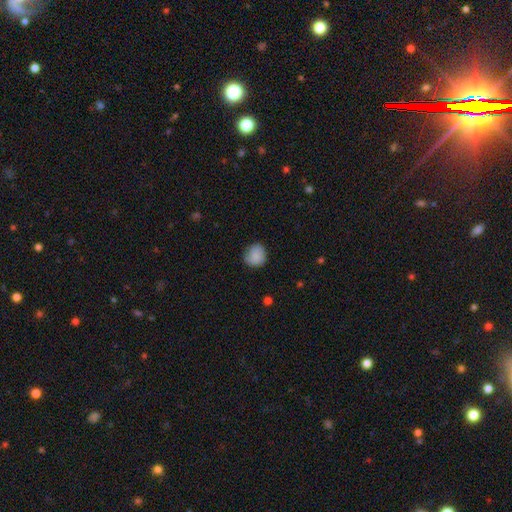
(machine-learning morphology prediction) Q: Smooth or featured?
A: smooth (85%); runner-up: star or artifact (8%)
Q: How rounded?
A: round (84%); runner-up: in between (15%)
Q: Merging?
A: none (78%); runner-up: minor disturbance (18%)